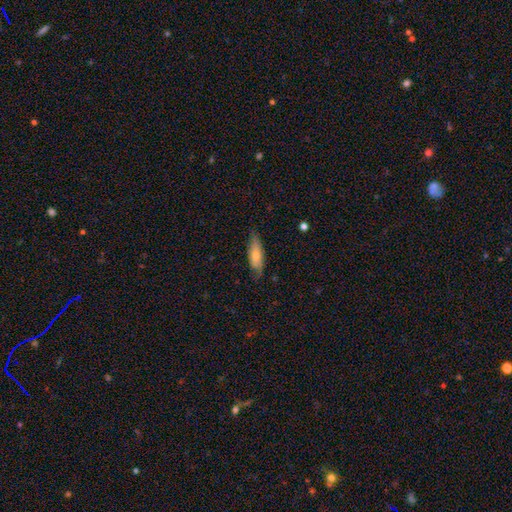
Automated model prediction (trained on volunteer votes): Smooth or featured?
  - smooth: 70% *
  - featured or disk: 24%
  - star or artifact: 6%
How rounded?
  - in between: 59% *
  - cigar-shaped: 39%
  - round: 2%
Merging?
  - none: 70% *
  - minor disturbance: 23%
  - major disturbance: 5%
  - merger: 1%